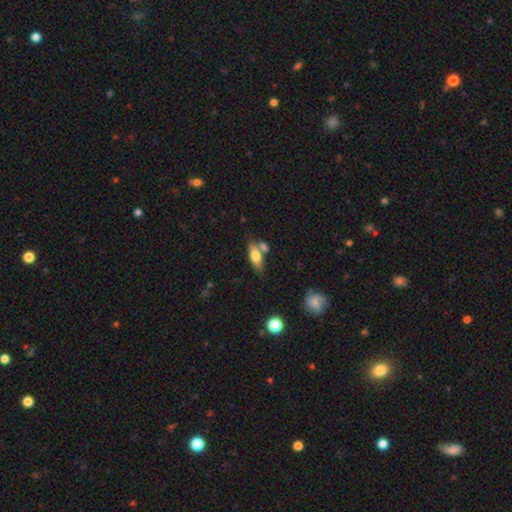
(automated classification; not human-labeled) Smooth or featured?
  - smooth: 67% *
  - featured or disk: 26%
  - star or artifact: 7%
How rounded?
  - in between: 72% *
  - cigar-shaped: 25%
  - round: 4%
Merging?
  - none: 57% *
  - merger: 25%
  - minor disturbance: 14%
  - major disturbance: 4%